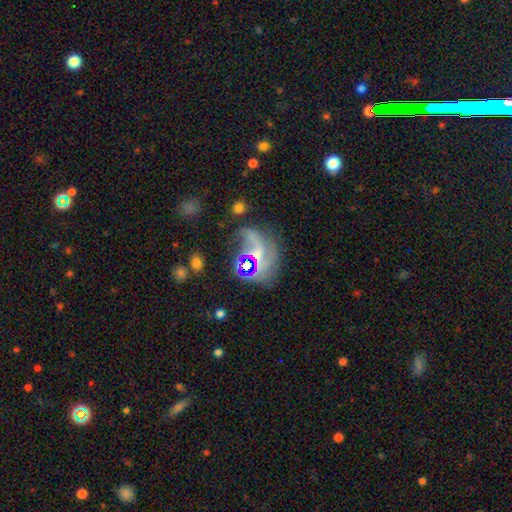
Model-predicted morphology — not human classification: A featured or disk galaxy (53%) with no bar (45%), spiral arms (75%) and a small central bulge (39%). Merging: none (46%).